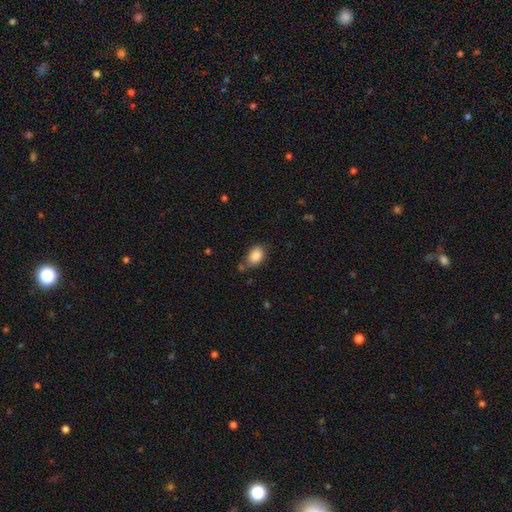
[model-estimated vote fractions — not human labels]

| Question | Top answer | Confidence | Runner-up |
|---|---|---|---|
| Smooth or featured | smooth | 86% | star or artifact (8%) |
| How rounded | in between | 77% | round (21%) |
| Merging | none | 63% | minor disturbance (23%) |